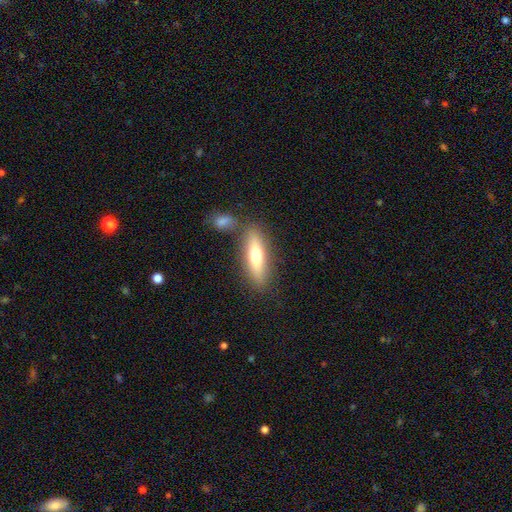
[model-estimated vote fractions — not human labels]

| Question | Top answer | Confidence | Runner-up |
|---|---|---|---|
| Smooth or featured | smooth | 61% | featured or disk (33%) |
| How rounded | cigar-shaped | 59% | in between (38%) |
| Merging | none | 75% | merger (11%) |